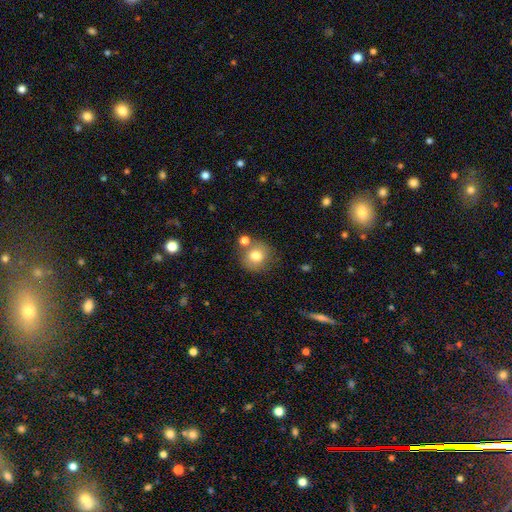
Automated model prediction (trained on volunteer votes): Overall: smooth (77%). How rounded: round (88%). Merging: none (72%).